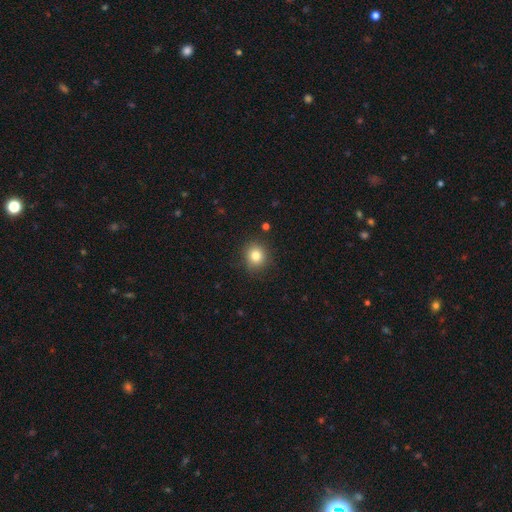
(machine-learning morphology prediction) Smooth or featured?
  - smooth: 82% *
  - star or artifact: 11%
  - featured or disk: 7%
How rounded?
  - round: 85% *
  - in between: 15%
  - cigar-shaped: 1%
Merging?
  - none: 87% *
  - minor disturbance: 9%
  - major disturbance: 2%
  - merger: 1%